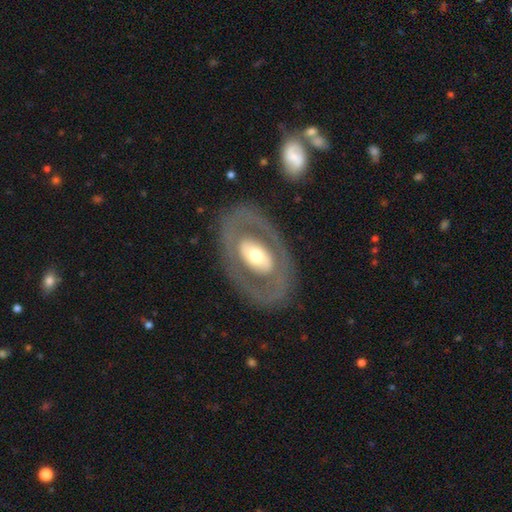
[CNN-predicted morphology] smooth-or-featured: featured or disk: 65% | smooth: 30% | star or artifact: 5%
  disk-edge-on: no: 90% | yes: 10%
    bar: no: 68% | weak: 18% | strong: 14%
    has-spiral-arms: no: 83% | yes: 17%
    bulge-size: moderate: 59% | large: 21% | small: 17% | dominant: 3% | none: 1%
  merging: none: 81% | minor disturbance: 10% | major disturbance: 8% | merger: 1%